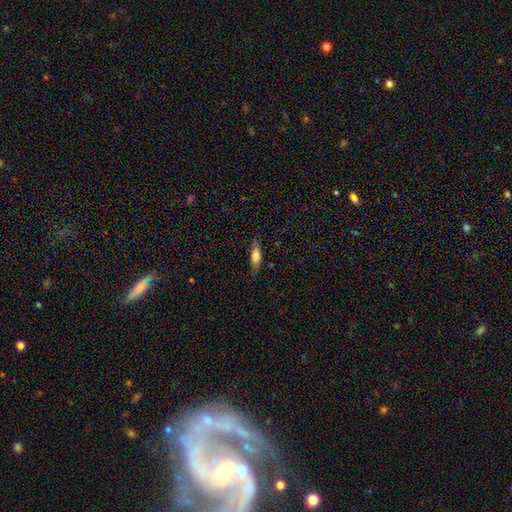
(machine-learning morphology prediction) Smooth or featured? Predicted: smooth (p=0.69). How rounded? Predicted: in between (p=0.61). Merging? Predicted: none (p=0.78).